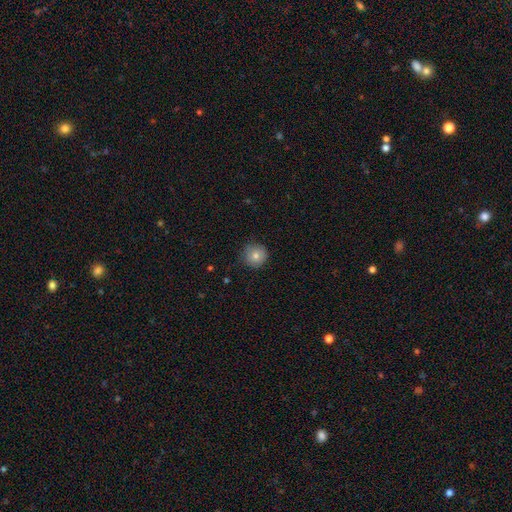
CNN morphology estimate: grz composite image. It shows a smooth galaxy with no disk features (79%) that is round (93%). Merging: none (82%).